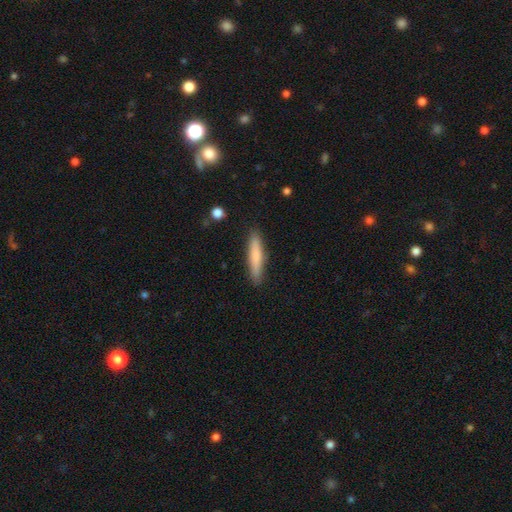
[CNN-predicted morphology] Smooth or featured? Predicted: smooth (p=0.76). How rounded? Predicted: cigar-shaped (p=0.87). Merging? Predicted: none (p=0.88).